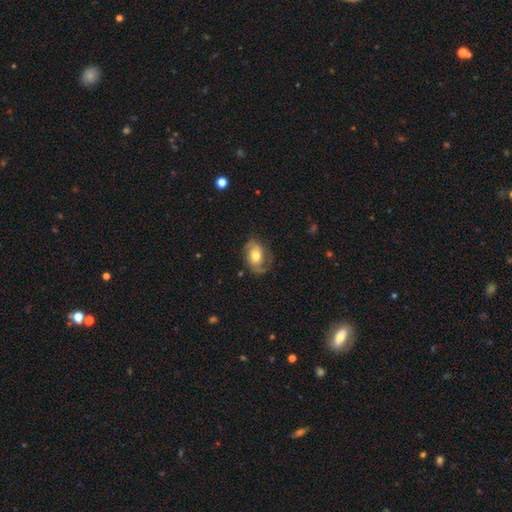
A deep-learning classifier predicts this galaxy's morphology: smooth-or-featured: featured or disk: 56% | smooth: 37% | star or artifact: 7%
  disk-edge-on: no: 95% | yes: 5%
    bar: no: 70% | weak: 23% | strong: 8%
    has-spiral-arms: yes: 80% | no: 20%
    bulge-size: moderate: 69% | small: 16% | large: 13% | dominant: 1% | none: 1%
  merging: none: 60% | minor disturbance: 24% | major disturbance: 15% | merger: 2%